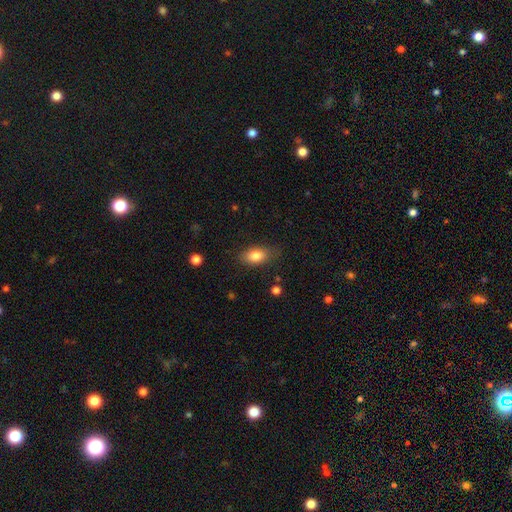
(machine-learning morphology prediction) smooth 83%, featured or disk 9%, star or artifact 8%. Down the decision tree: how rounded — in between (88%); merging — none (78%).